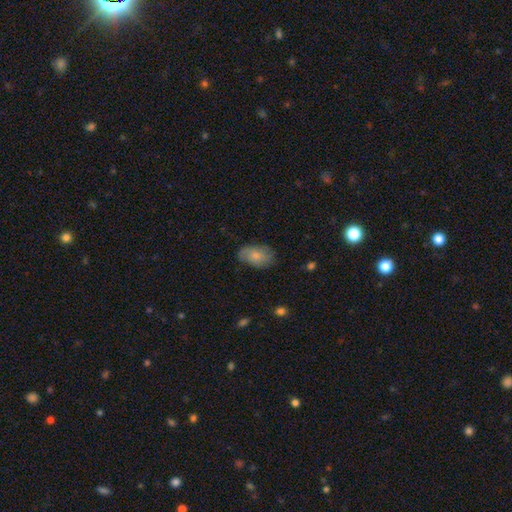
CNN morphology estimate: This is likely a smooth galaxy (79%). How rounded: clearly in between (91%). Merging: likely none (74%).